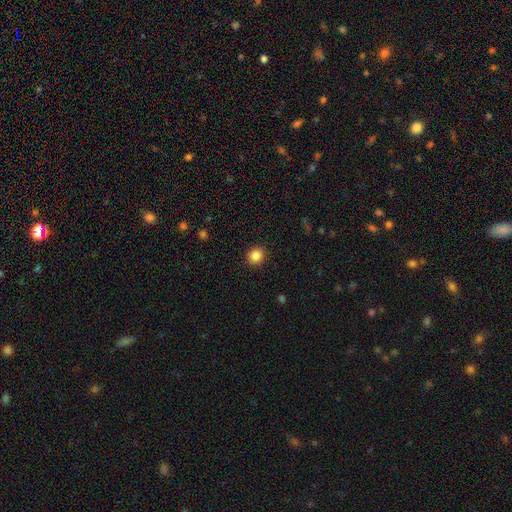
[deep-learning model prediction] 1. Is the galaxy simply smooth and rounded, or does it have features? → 86% smooth, 10% star or artifact, 4% featured or disk.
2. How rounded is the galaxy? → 76% round, 23% in between, 1% cigar-shaped.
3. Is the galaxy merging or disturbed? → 91% none, 6% minor disturbance, 2% major disturbance, 1% merger.